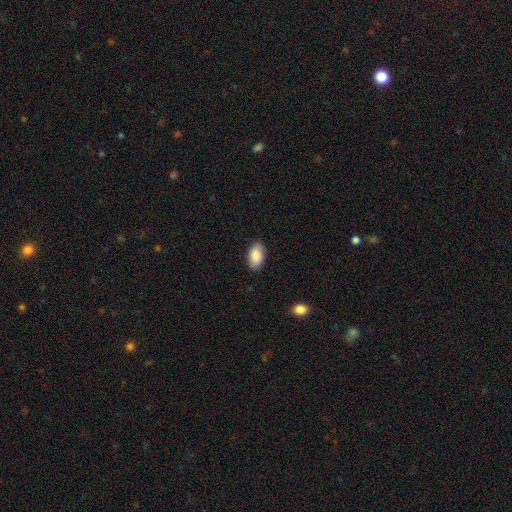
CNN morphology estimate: Overall: smooth (89%). How rounded: in between (95%). Merging: none (89%).